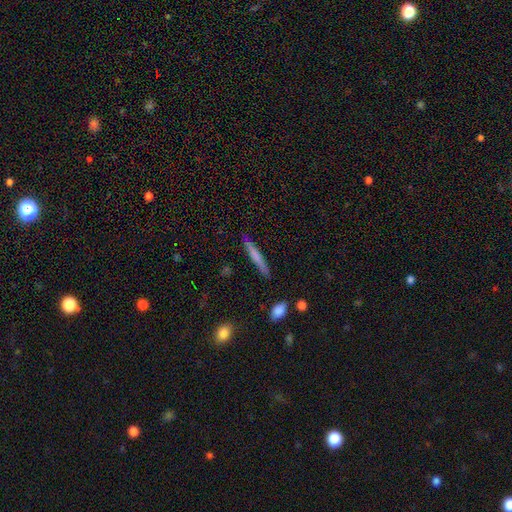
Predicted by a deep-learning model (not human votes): Smooth or featured?
  - smooth: 63% *
  - featured or disk: 31%
  - star or artifact: 6%
How rounded?
  - cigar-shaped: 95% *
  - in between: 4%
  - round: 2%
Merging?
  - none: 85% *
  - minor disturbance: 11%
  - major disturbance: 2%
  - merger: 2%